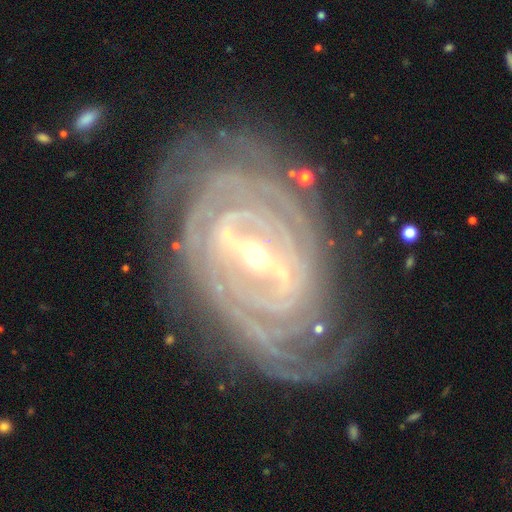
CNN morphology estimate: Overall: featured or disk (92%). Edge-on disk: no (95%). Bar: strong (67%). Spiral arms: yes (97%). Spiral arm count: can't tell (26%; 4 23%). Spiral winding: tight (83%). Bulge size: small (54%; moderate 42%). Merging: none (77%).